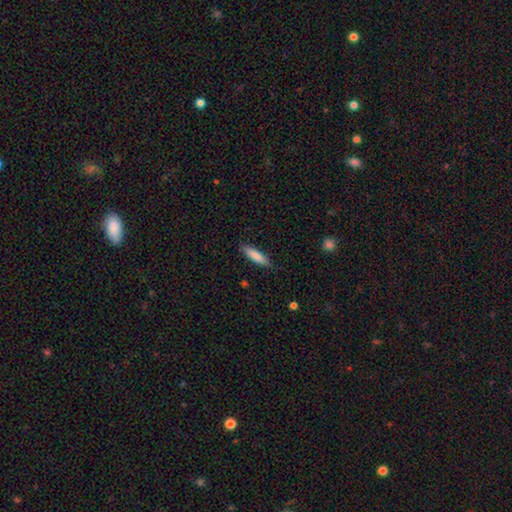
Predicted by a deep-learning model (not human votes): smooth 83%, featured or disk 11%, star or artifact 6%. Down the decision tree: how rounded — cigar-shaped (73%); merging — none (86%).